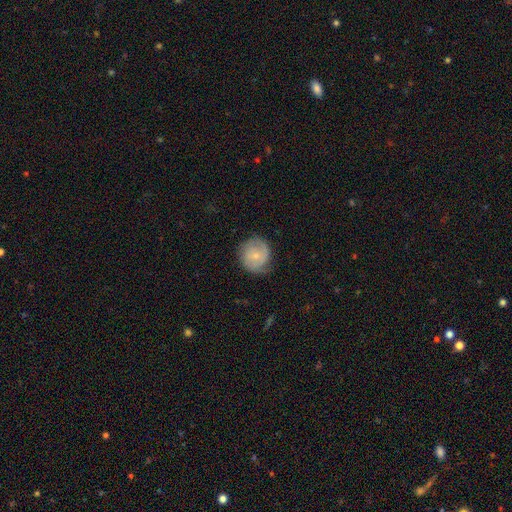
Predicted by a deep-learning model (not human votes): This appears to be a featured or disk galaxy (47%). Merging: none (67%).